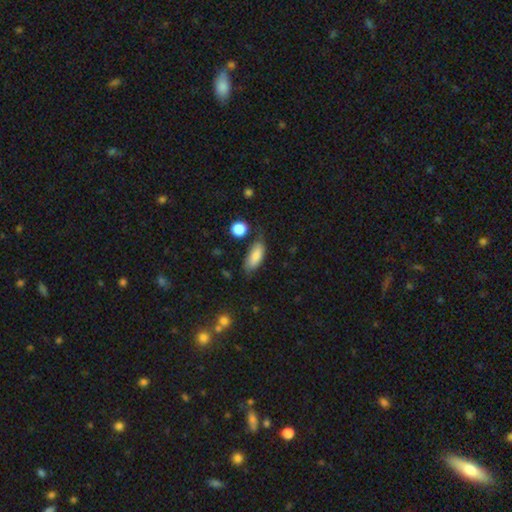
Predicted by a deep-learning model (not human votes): The model was most divided on "merging": none: 63%, minor disturbance: 26%, major disturbance: 7%, merger: 4%. More confident: how rounded — in between (80%); smooth or featured — smooth (80%).